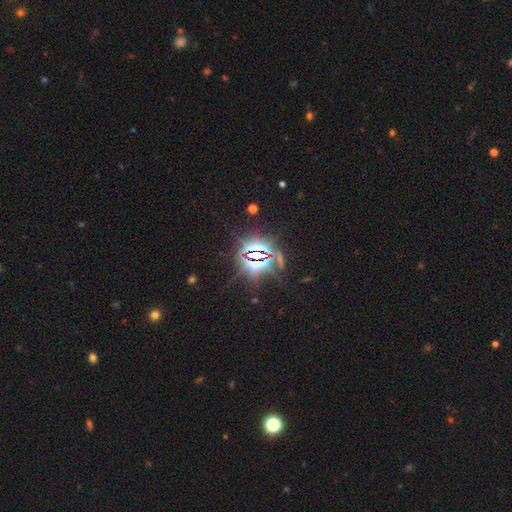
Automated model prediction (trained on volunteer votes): star or artifact 81%, smooth 10%, featured or disk 9%.